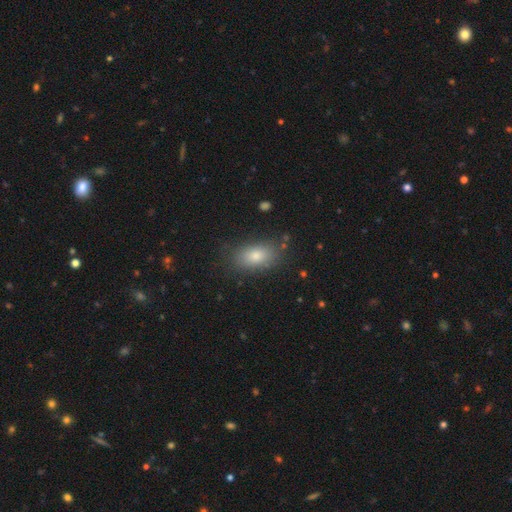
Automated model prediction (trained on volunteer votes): smooth 78%, featured or disk 12%, star or artifact 10%. Down the decision tree: how rounded — in between (88%); merging — none (82%).